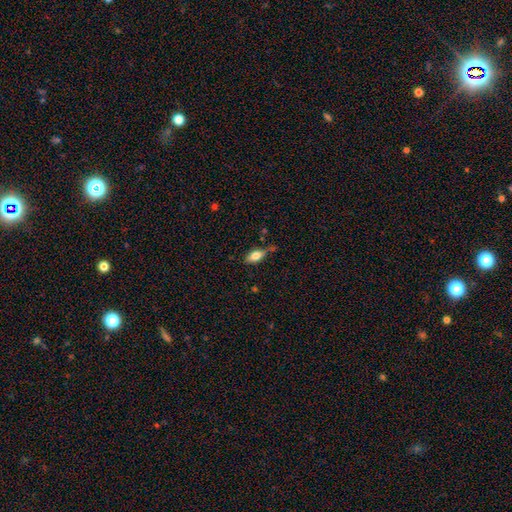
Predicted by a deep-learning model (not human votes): This is likely a smooth galaxy (75%). How rounded: clearly in between (86%). Merging: possibly none (60%).